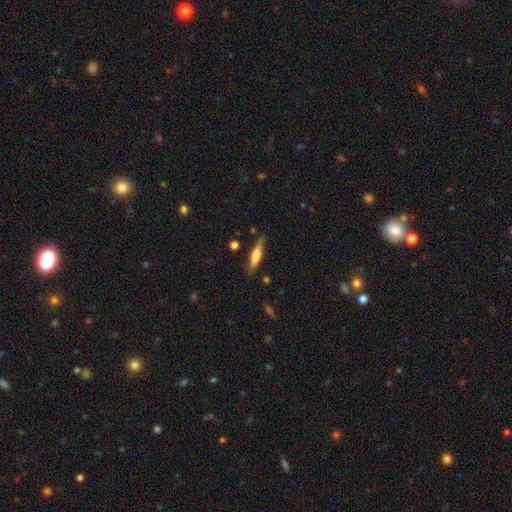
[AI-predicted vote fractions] This appears to be a smooth galaxy with no disk features (64%) that is cigar-shaped (78%). Merging: none (74%).